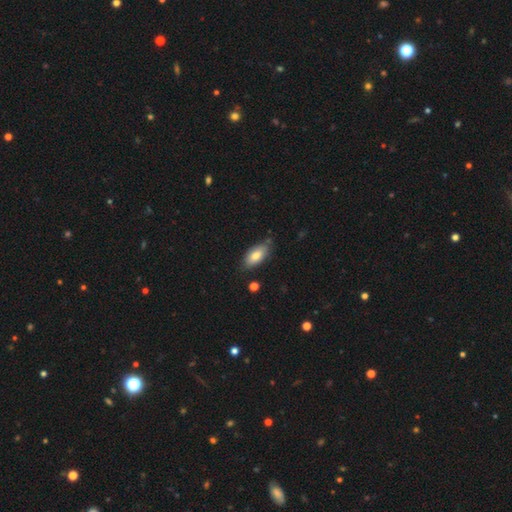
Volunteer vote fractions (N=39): This is likely a smooth galaxy (74%). How rounded: clearly in between (93%). Merging: likely none (77%).